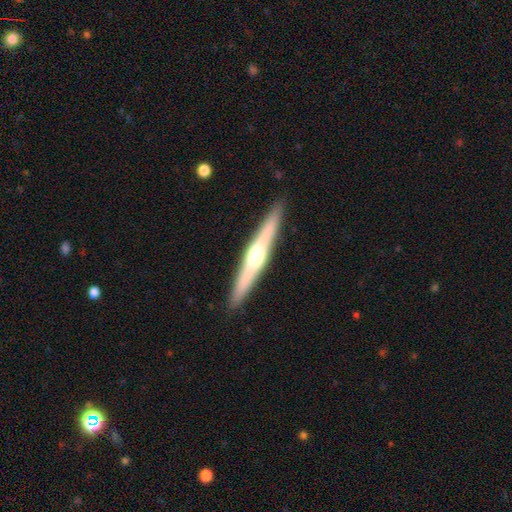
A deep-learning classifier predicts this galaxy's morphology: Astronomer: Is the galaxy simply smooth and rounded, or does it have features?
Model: featured or disk — 69%.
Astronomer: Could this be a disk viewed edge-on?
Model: yes — 97%.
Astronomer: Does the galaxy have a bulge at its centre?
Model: rounded — 83%.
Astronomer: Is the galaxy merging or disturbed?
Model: none — 91%.